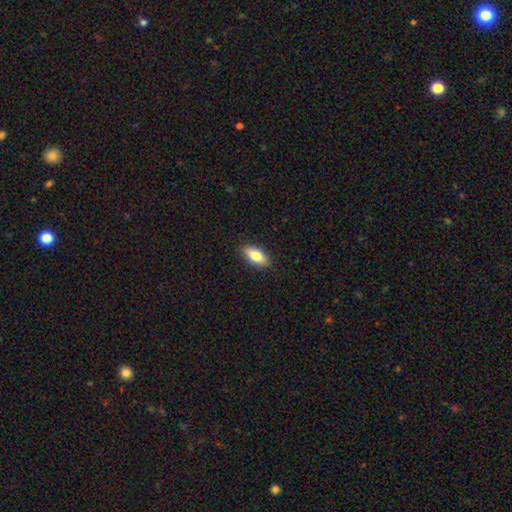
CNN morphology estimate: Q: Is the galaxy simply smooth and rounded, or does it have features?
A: smooth — 80%.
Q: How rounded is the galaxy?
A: in between — 87%.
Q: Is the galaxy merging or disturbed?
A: none — 89%.